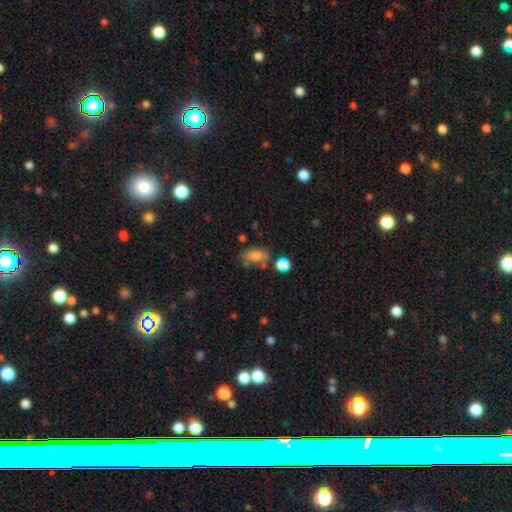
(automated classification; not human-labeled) Smooth or featured: smooth — 66% (featured or disk — 21%)
How rounded: in between — 85% (round — 11%)
Merging: none — 54% (minor disturbance — 24%)